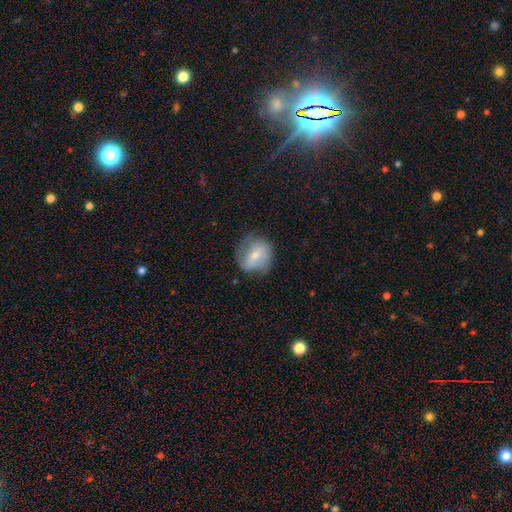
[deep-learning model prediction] Smooth or featured? Predicted: smooth (p=0.55). How rounded? Predicted: round (p=0.72). Merging? Predicted: none (p=0.67).